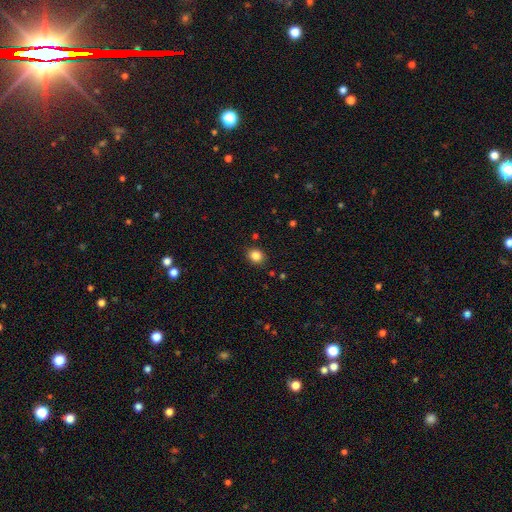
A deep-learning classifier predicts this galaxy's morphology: smooth 85%, star or artifact 11%, featured or disk 4%. Down the decision tree: how rounded — round (72%); merging — none (88%).